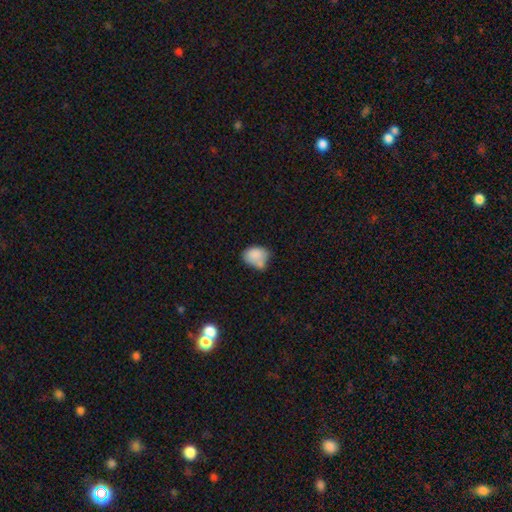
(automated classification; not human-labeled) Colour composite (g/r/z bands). It shows a smooth galaxy with no disk features (81%) that is in between round and cigar-shaped (63%). Merging: none (40%).